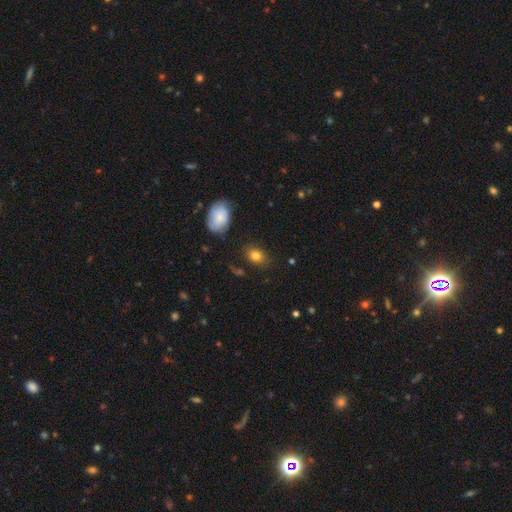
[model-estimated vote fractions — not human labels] A smooth galaxy with no disk features (82%) that is in between round and cigar-shaped (67%).

Vote fractions:
- Smooth or featured? smooth: 82% / star or artifact: 10% / featured or disk: 8%
- How rounded? in between: 67% / round: 32% / cigar-shaped: 1%
- Merging? none: 80% / minor disturbance: 14% / major disturbance: 4% / merger: 2%